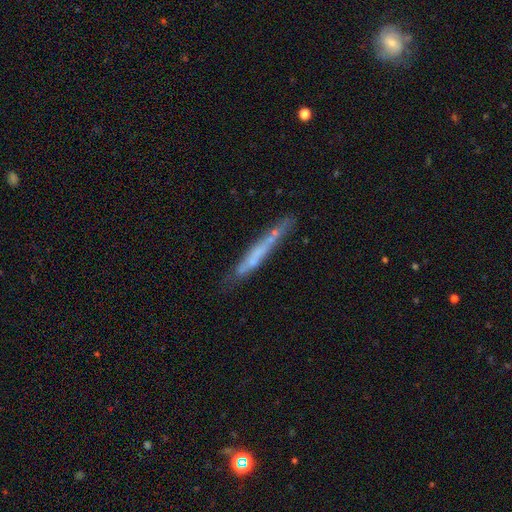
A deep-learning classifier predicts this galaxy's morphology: Smooth or featured?
  - featured or disk: 47% *
  - smooth: 45%
  - star or artifact: 8%
Merging?
  - none: 67% *
  - minor disturbance: 20%
  - merger: 7%
  - major disturbance: 6%